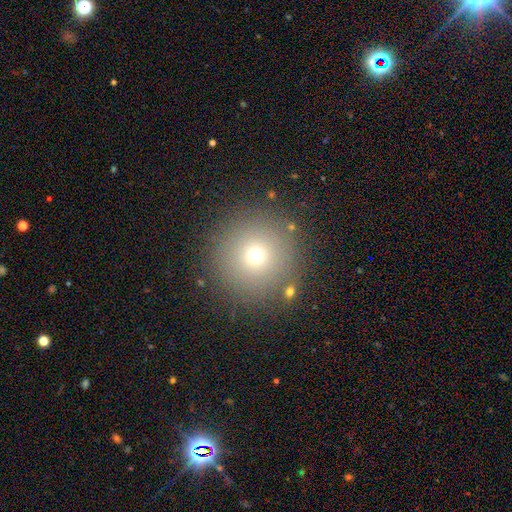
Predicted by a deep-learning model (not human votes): Smooth or featured?
  - smooth: 69% *
  - star or artifact: 19%
  - featured or disk: 12%
How rounded?
  - round: 96% *
  - in between: 3%
  - cigar-shaped: 1%
Merging?
  - none: 87% *
  - minor disturbance: 7%
  - major disturbance: 3%
  - merger: 3%